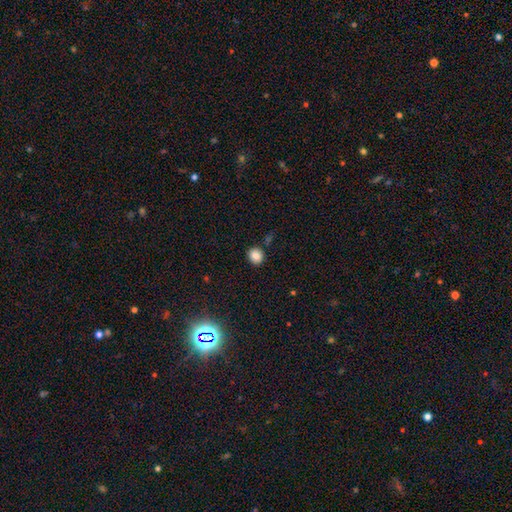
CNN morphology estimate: Overall: smooth (85%). How rounded: round (83%). Merging: none (85%).